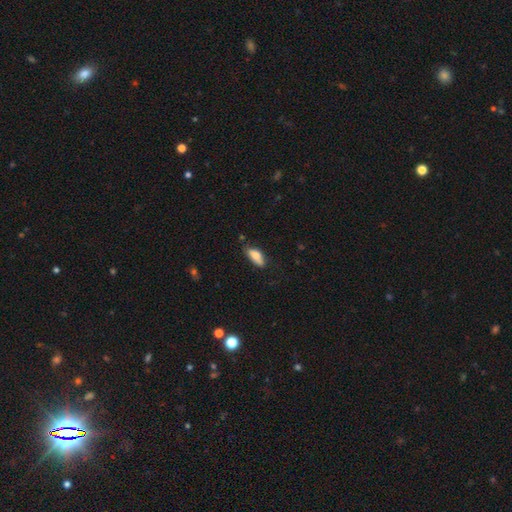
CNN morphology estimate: A smooth galaxy with no disk features (77%) that is in between round and cigar-shaped (72%). Merging: none (61%).